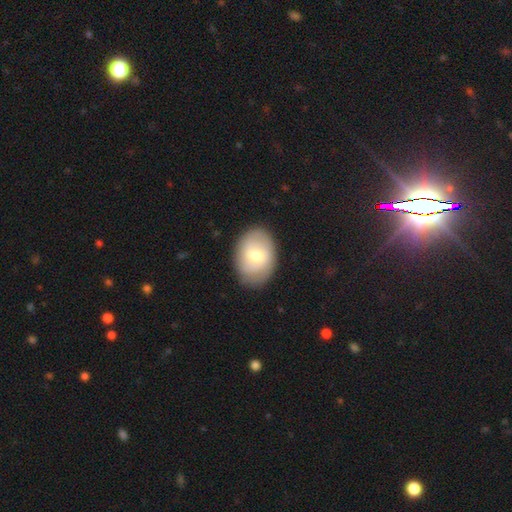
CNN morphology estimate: type=smooth (61%); roundness=in between (73%); merging=none (82%).